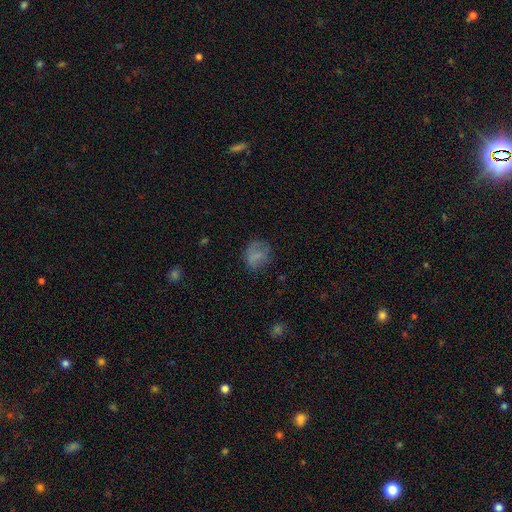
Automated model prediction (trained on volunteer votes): Morphology: type=smooth (73%); roundness=round (61%); merging=none (65%).